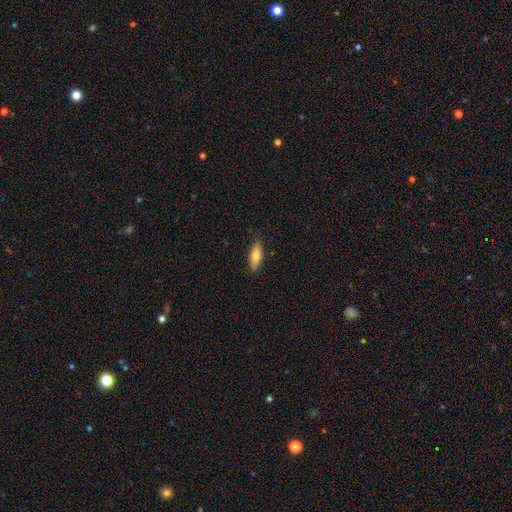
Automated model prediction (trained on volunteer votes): Overall: smooth (78%). How rounded: in between (66%; cigar-shaped 32%). Merging: none (85%).